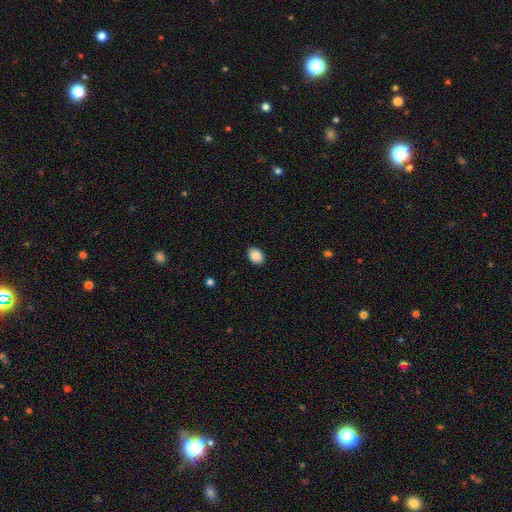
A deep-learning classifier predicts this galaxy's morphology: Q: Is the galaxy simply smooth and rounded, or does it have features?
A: smooth — 88%.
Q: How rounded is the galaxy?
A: in between — 71%.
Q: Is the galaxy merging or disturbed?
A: none — 89%.